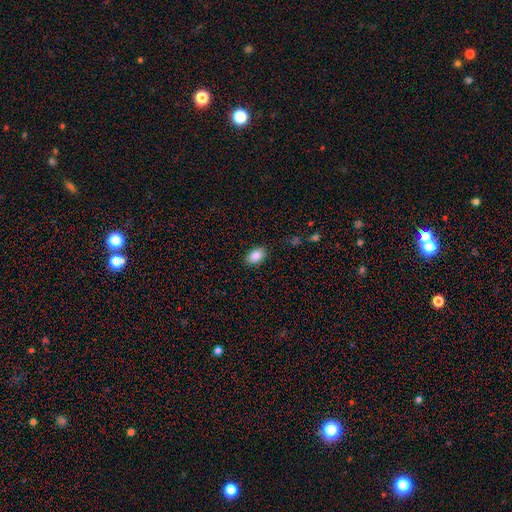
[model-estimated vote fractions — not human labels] Q: Smooth or featured?
A: smooth (87%); runner-up: star or artifact (8%)
Q: How rounded?
A: in between (88%); runner-up: round (11%)
Q: Merging?
A: none (87%); runner-up: minor disturbance (10%)